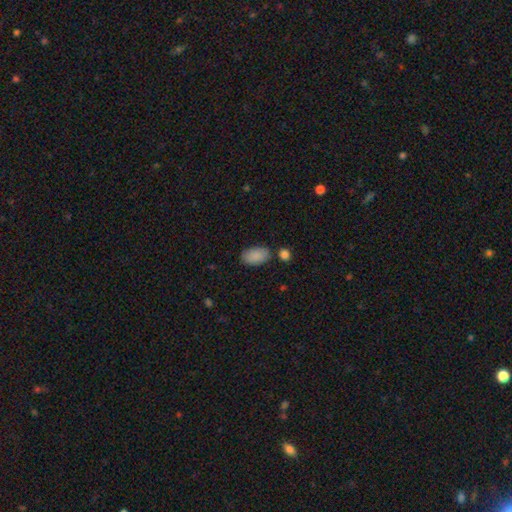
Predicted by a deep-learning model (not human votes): Q: Smooth or featured?
A: smooth (89%); runner-up: star or artifact (7%)
Q: How rounded?
A: in between (93%); runner-up: round (5%)
Q: Merging?
A: none (74%); runner-up: minor disturbance (15%)